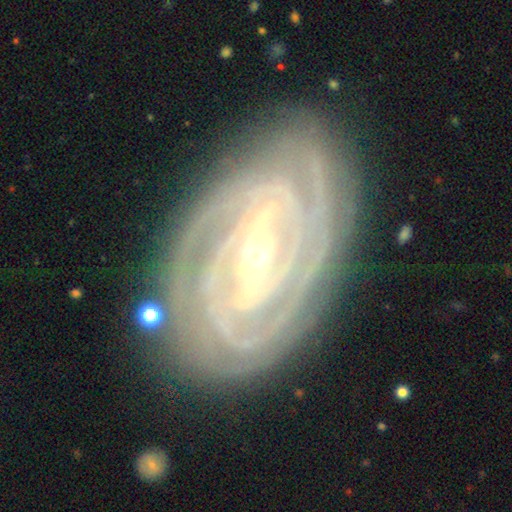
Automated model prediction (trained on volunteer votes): The model was most divided on "spiral arm count": 4: 24%, 3: 22%, 2: 20%, can't tell: 17%, more than 4: 10%, 1: 6%. More confident: spiral arms — yes (98%); edge-on disk — no (96%); smooth or featured — featured or disk (91%); spiral winding — tight (86%); merging — none (84%); bulge size — small (60%); bar — strong (55%).